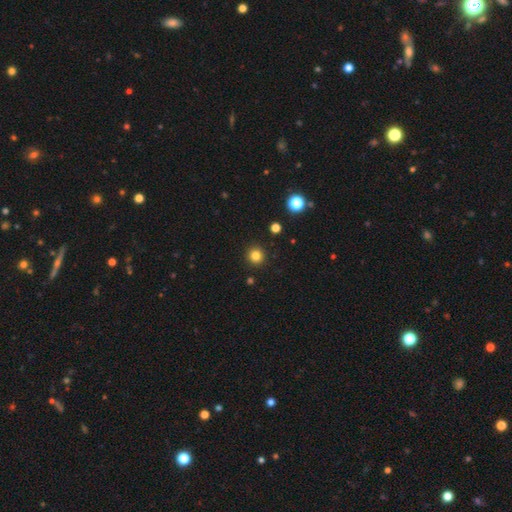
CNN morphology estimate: smooth 82%, star or artifact 13%, featured or disk 5%. Down the decision tree: how rounded — round (95%); merging — none (92%).